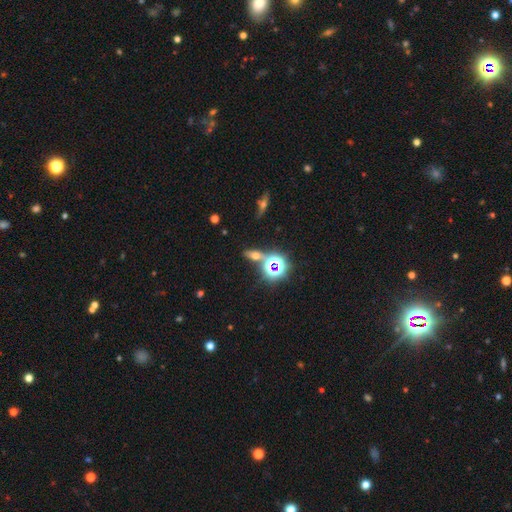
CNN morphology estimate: Overall: star or artifact (40%; smooth 39%).